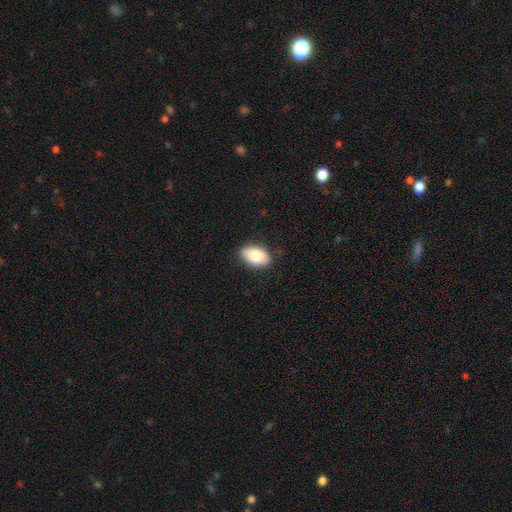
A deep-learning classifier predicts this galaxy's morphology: Smooth or featured? smooth (86%)
How rounded? in between (91%)
Merging? none (84%)